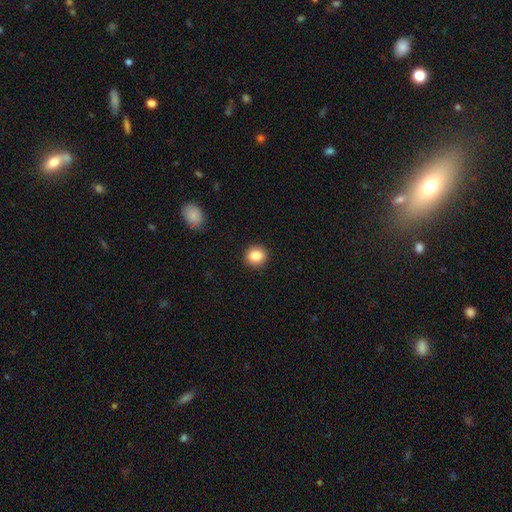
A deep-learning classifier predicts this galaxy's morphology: Smooth or featured: smooth — 85% (star or artifact — 9%)
How rounded: round — 87% (in between — 12%)
Merging: none — 91% (minor disturbance — 6%)